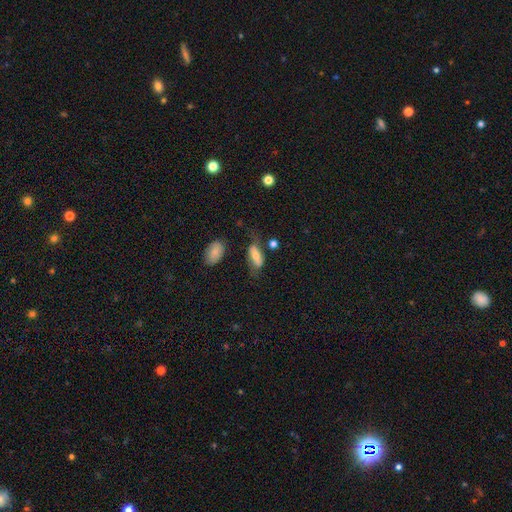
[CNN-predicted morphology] Smooth or featured: smooth — 58% (featured or disk — 33%)
How rounded: in between — 75% (cigar-shaped — 21%)
Merging: none — 48% (minor disturbance — 27%)